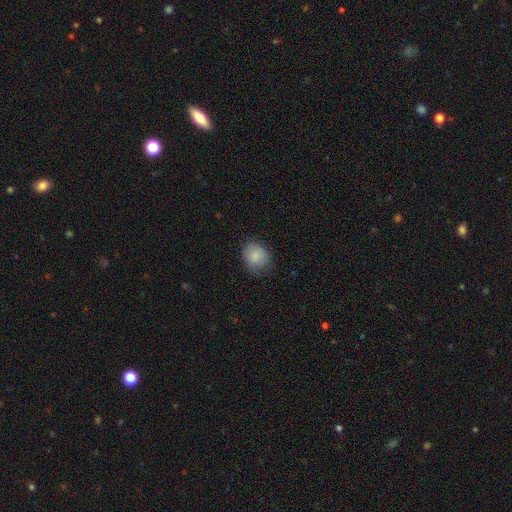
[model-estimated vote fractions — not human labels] Morphology: type=smooth (85%); roundness=round (63%); merging=none (71%).